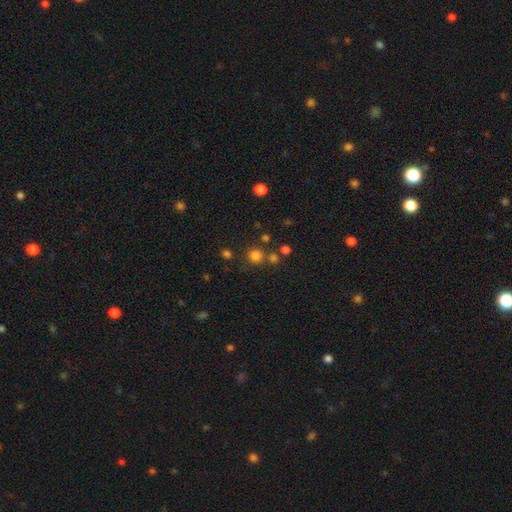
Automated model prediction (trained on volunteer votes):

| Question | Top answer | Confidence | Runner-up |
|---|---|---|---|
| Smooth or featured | smooth | 76% | star or artifact (18%) |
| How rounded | round | 90% | in between (9%) |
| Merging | none | 76% | merger (12%) |